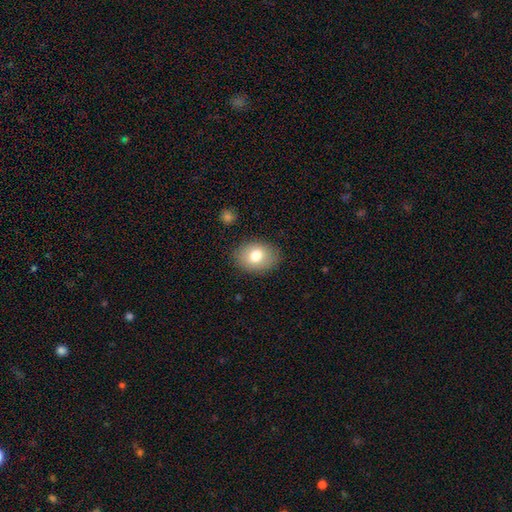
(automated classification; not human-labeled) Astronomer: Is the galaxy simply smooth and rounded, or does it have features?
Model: smooth — 79%.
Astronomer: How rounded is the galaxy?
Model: in between — 68%.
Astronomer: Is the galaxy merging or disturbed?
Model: none — 85%.